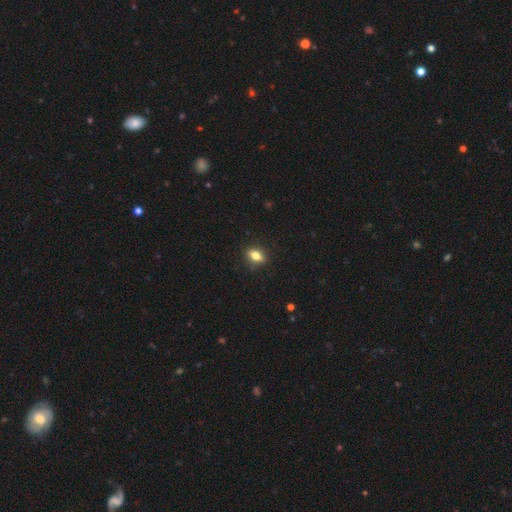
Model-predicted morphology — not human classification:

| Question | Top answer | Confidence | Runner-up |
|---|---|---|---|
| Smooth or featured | smooth | 78% | featured or disk (13%) |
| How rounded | in between | 78% | round (15%) |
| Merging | none | 87% | minor disturbance (9%) |